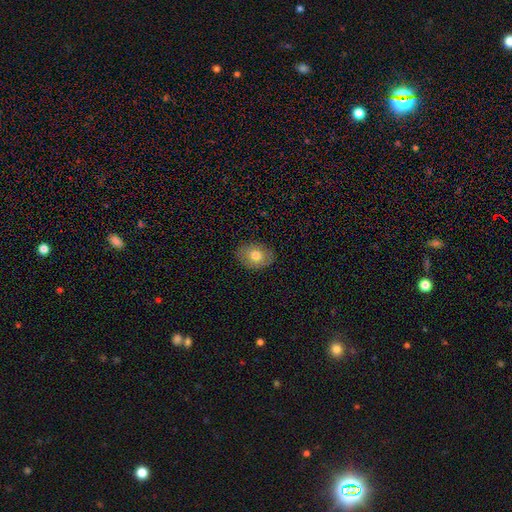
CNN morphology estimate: Smooth or featured? smooth (71%)
How rounded? in between (70%)
Merging? none (85%)